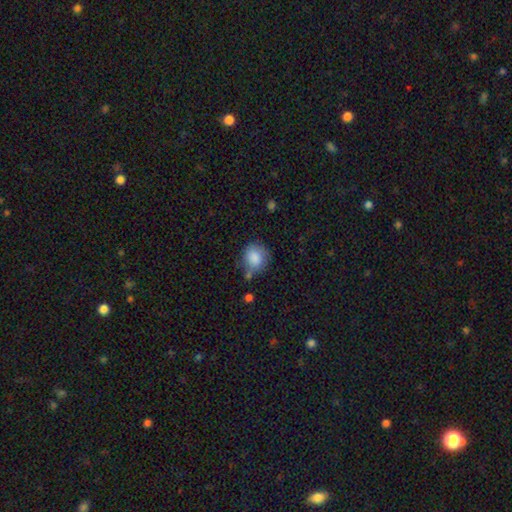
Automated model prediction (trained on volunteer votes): This is clearly a smooth galaxy (85%). How rounded: likely round (71%). Merging: likely none (62%).